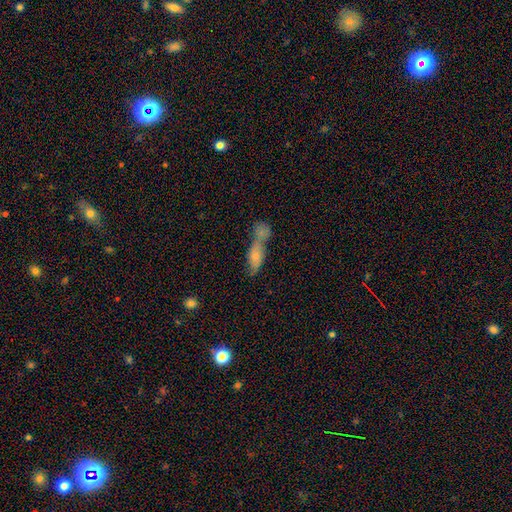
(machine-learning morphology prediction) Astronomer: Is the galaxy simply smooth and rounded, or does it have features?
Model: smooth — 65%.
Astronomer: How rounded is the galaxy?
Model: in between — 62%.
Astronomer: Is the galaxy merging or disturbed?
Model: merger — 57%.